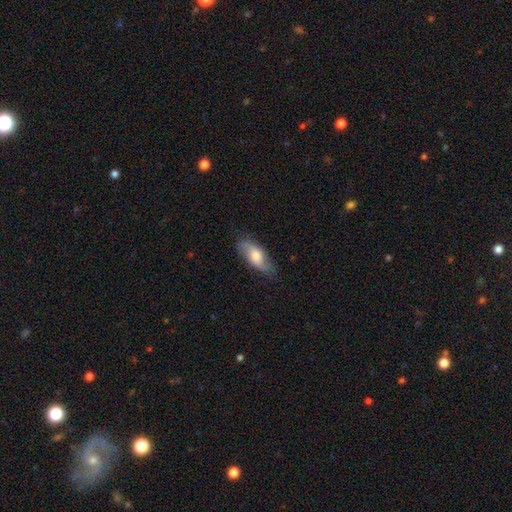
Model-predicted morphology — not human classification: Smooth or featured? Predicted: smooth (p=0.60). How rounded? Predicted: in between (p=0.78). Merging? Predicted: none (p=0.73).